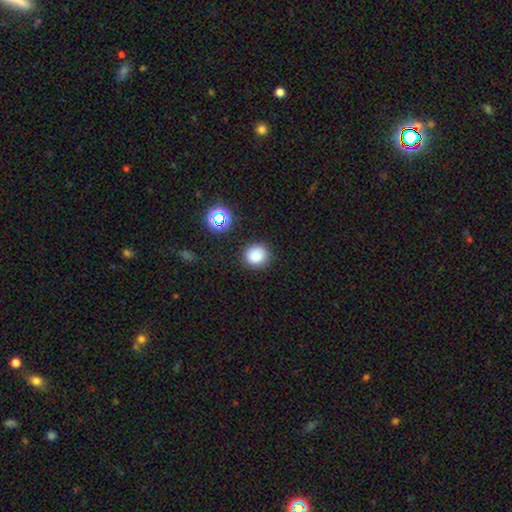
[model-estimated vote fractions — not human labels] Q: Smooth or featured?
A: smooth (82%); runner-up: star or artifact (14%)
Q: How rounded?
A: round (90%); runner-up: in between (9%)
Q: Merging?
A: none (88%); runner-up: minor disturbance (8%)